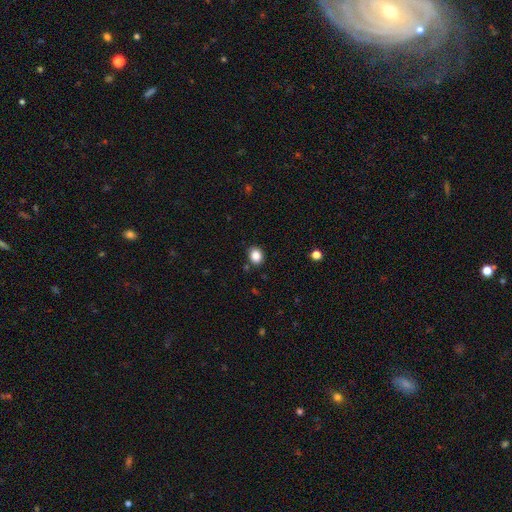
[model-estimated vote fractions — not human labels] Q: Smooth or featured?
A: smooth (86%); runner-up: star or artifact (10%)
Q: How rounded?
A: round (58%); runner-up: in between (41%)
Q: Merging?
A: none (86%); runner-up: minor disturbance (9%)